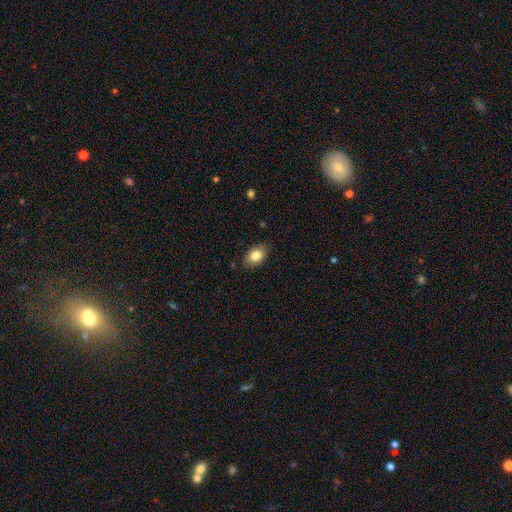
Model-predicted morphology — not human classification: The model was most divided on "how rounded": in between: 83%, round: 16%, cigar-shaped: 2%. More confident: merging — none (83%); smooth or featured — smooth (83%).